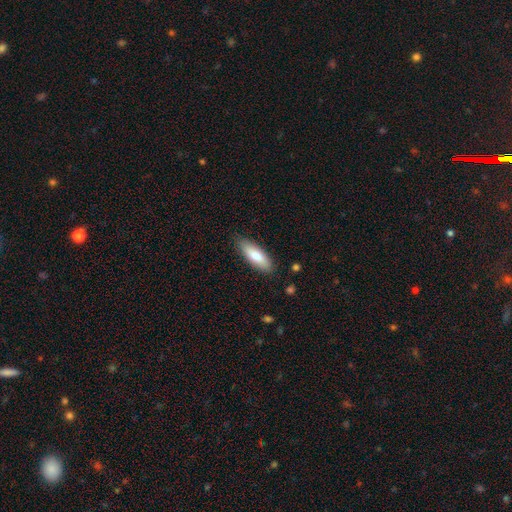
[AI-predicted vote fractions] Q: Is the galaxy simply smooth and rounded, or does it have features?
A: smooth — 79%.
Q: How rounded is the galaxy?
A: in between — 60%.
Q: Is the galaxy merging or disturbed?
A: none — 85%.